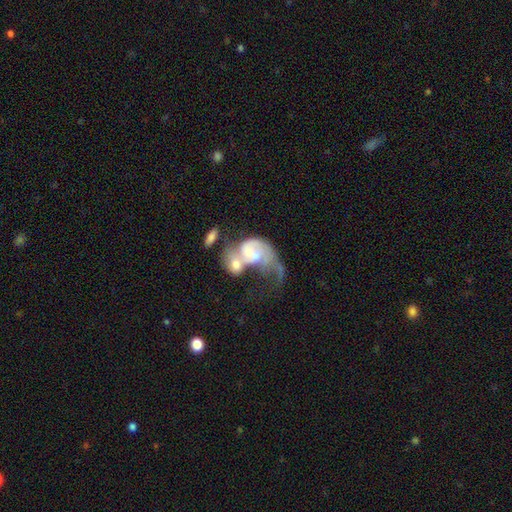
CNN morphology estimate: Smooth or featured? Predicted: featured or disk (p=0.62). Edge-on disk? Predicted: no (p=0.97). Bar? Predicted: no (p=0.75). Spiral arms? Predicted: yes (p=0.58). Bulge size? Predicted: moderate (p=0.47). Merging? Predicted: merger (p=0.70).